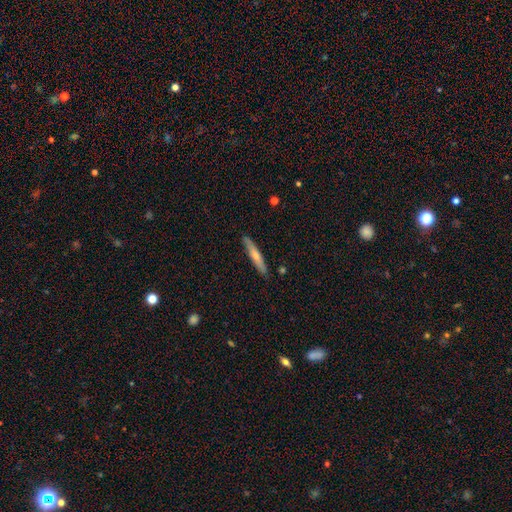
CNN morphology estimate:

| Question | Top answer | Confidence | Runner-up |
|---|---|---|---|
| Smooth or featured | smooth | 56% | featured or disk (39%) |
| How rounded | cigar-shaped | 92% | in between (7%) |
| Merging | none | 88% | minor disturbance (9%) |